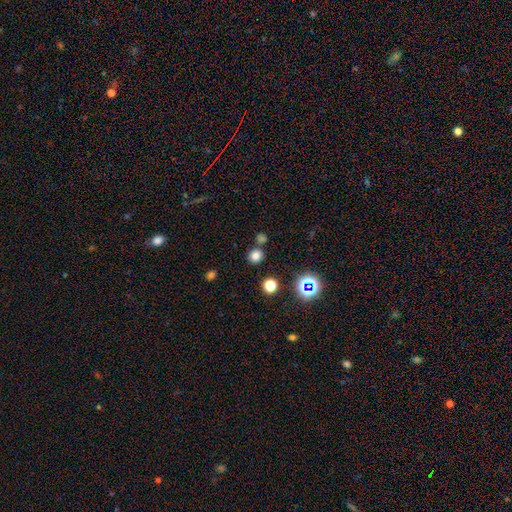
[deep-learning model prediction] The model was most divided on "smooth or featured": smooth: 76%, star or artifact: 19%, featured or disk: 6%. More confident: how rounded — round (86%); merging — none (77%).